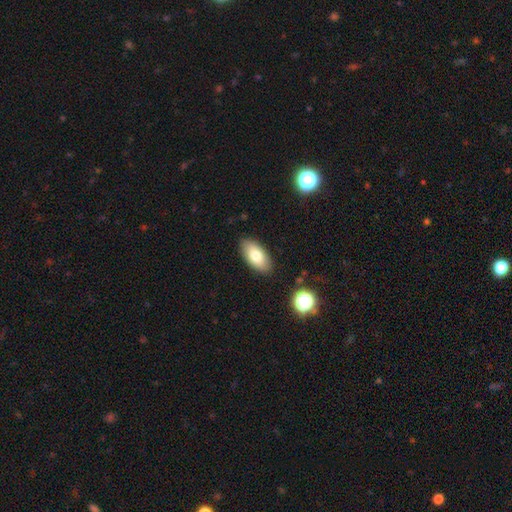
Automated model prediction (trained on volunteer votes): A smooth galaxy with no disk features (77%) that is in between round and cigar-shaped (92%).

Vote fractions:
- Smooth or featured? smooth: 77% / featured or disk: 15% / star or artifact: 7%
- How rounded? in between: 92% / cigar-shaped: 5% / round: 3%
- Merging? none: 87% / minor disturbance: 10% / major disturbance: 2% / merger: 1%